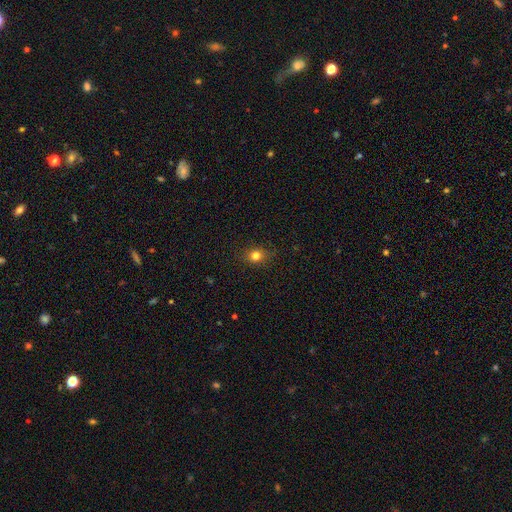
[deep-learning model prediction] smooth 79%, star or artifact 14%, featured or disk 7%. Down the decision tree: how rounded — round (66%); merging — none (86%).